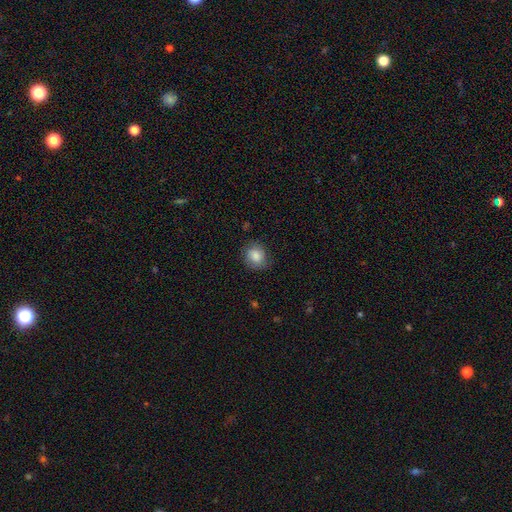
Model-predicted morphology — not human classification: Smooth or featured? smooth (77%)
How rounded? round (73%)
Merging? none (73%)